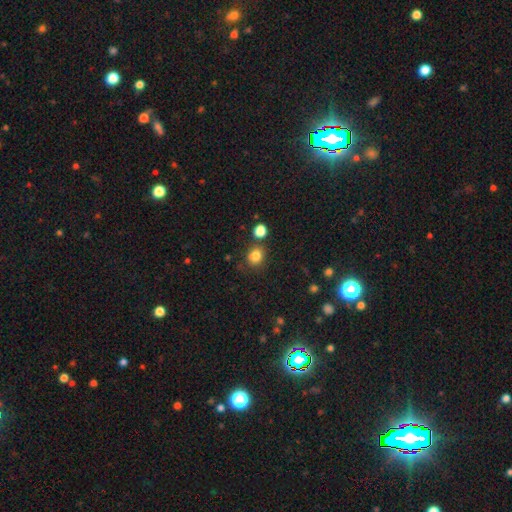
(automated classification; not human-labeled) Smooth or featured?
  - smooth: 82% *
  - star or artifact: 12%
  - featured or disk: 5%
How rounded?
  - round: 73% *
  - in between: 26%
  - cigar-shaped: 1%
Merging?
  - none: 74% *
  - minor disturbance: 12%
  - merger: 10%
  - major disturbance: 4%